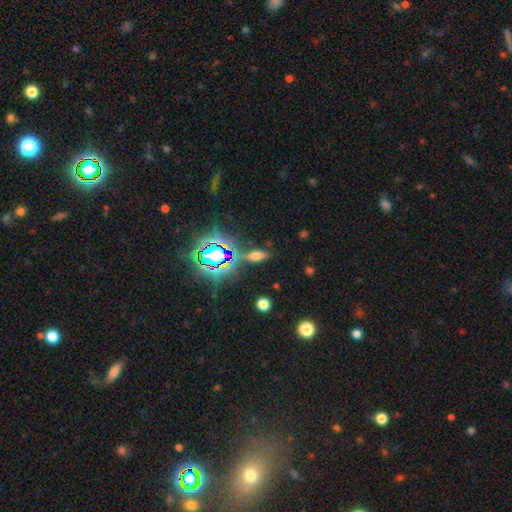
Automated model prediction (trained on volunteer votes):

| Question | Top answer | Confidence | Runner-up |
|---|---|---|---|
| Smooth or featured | smooth | 47% | star or artifact (33%) |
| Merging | none | 75% | minor disturbance (13%) |